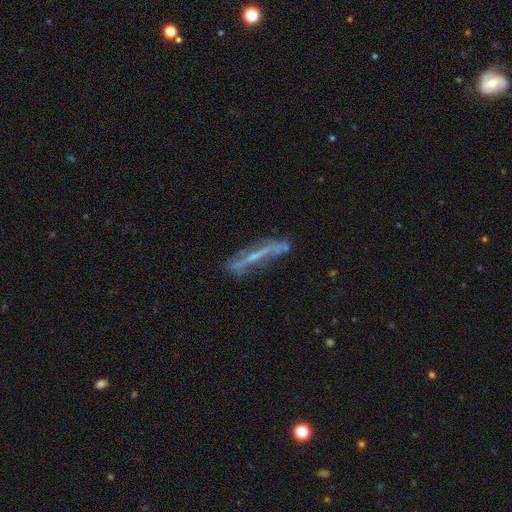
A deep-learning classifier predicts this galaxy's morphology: Q: Smooth or featured?
A: featured or disk (66%); runner-up: smooth (24%)
Q: Edge-on disk?
A: yes (63%); runner-up: no (37%)
Q: Merging?
A: none (57%); runner-up: minor disturbance (24%)